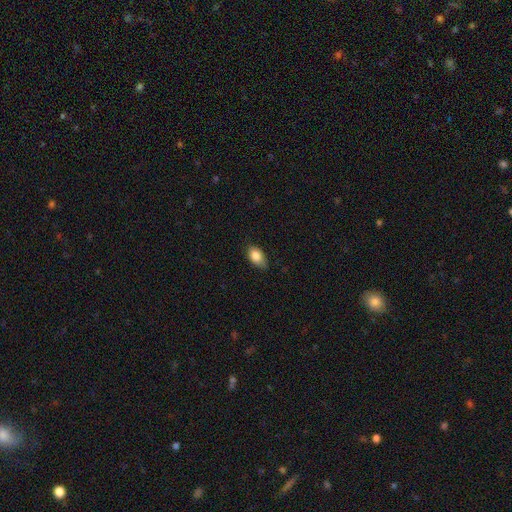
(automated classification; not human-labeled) Q: Smooth or featured?
A: smooth (85%); runner-up: featured or disk (8%)
Q: How rounded?
A: in between (88%); runner-up: round (9%)
Q: Merging?
A: none (70%); runner-up: minor disturbance (25%)